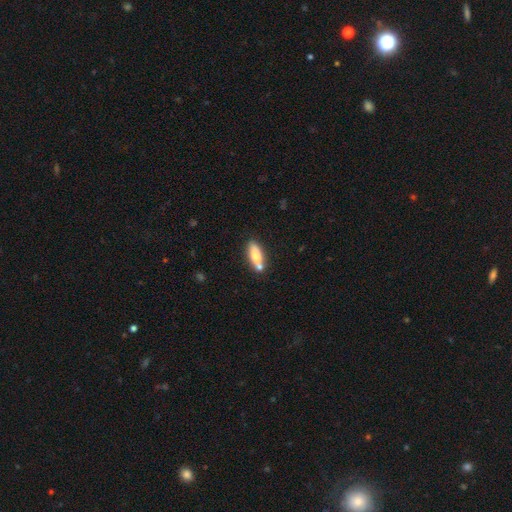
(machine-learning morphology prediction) Overall: smooth (74%). How rounded: in between (67%; cigar-shaped 30%). Merging: none (58%; merger 23%).